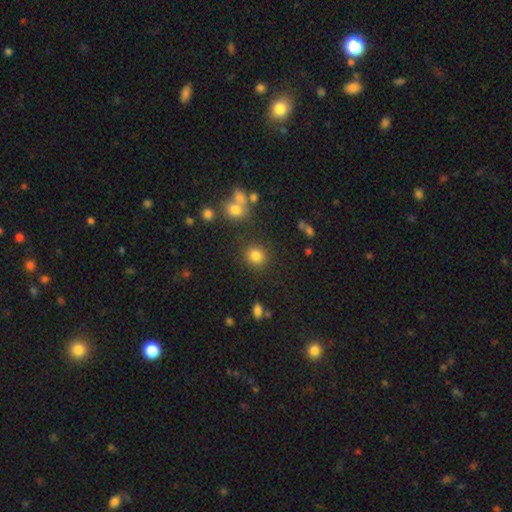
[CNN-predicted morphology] Smooth or featured: smooth — 82% (star or artifact — 13%)
How rounded: round — 83% (in between — 16%)
Merging: none — 83% (minor disturbance — 9%)